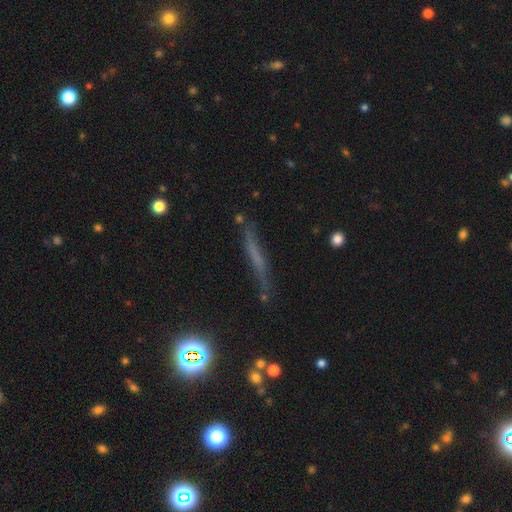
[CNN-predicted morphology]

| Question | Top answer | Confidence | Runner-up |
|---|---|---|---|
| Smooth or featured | smooth | 41% | featured or disk (40%) |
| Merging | none | 74% | minor disturbance (17%) |